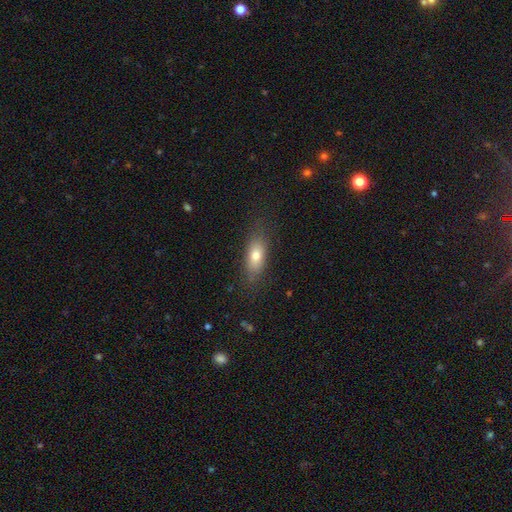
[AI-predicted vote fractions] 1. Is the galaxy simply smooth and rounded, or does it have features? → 75% smooth, 17% featured or disk, 8% star or artifact.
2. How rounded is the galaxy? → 80% in between, 14% cigar-shaped, 6% round.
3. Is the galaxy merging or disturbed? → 77% none, 15% minor disturbance, 6% major disturbance, 1% merger.